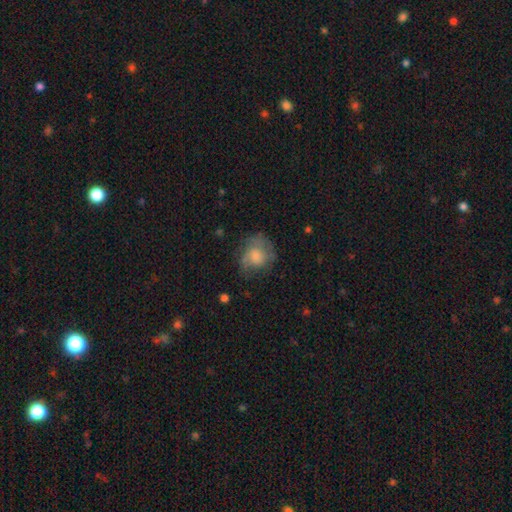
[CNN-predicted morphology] A smooth galaxy with no disk features (57%) that is round (70%). Merging: none (53%).